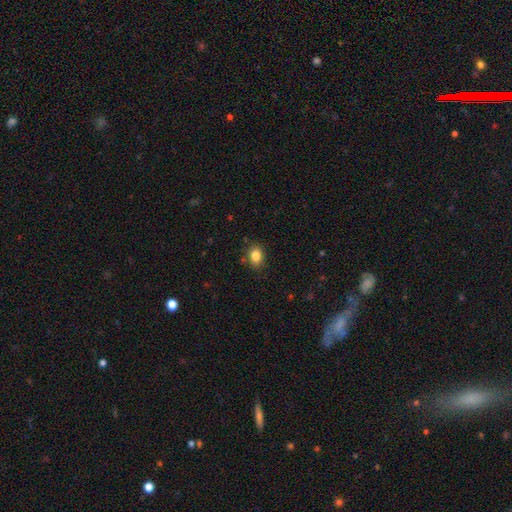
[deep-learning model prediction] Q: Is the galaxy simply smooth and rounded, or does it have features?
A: smooth — 84%.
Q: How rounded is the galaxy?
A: in between — 66%.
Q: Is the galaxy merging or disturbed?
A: none — 82%.